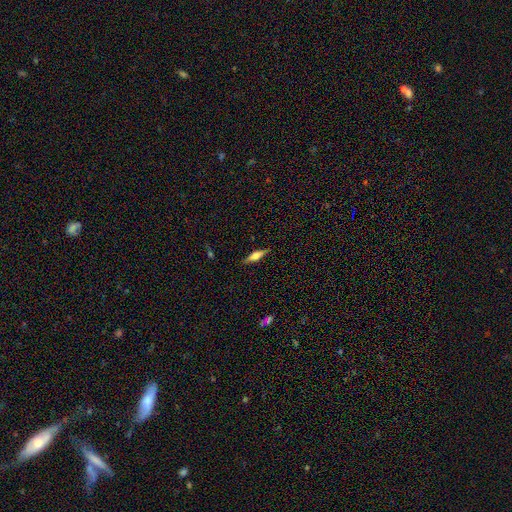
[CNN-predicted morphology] This is possibly a featured or disk galaxy (53%). It is clearly viewed edge-on (95%). Merging: clearly none (87%).